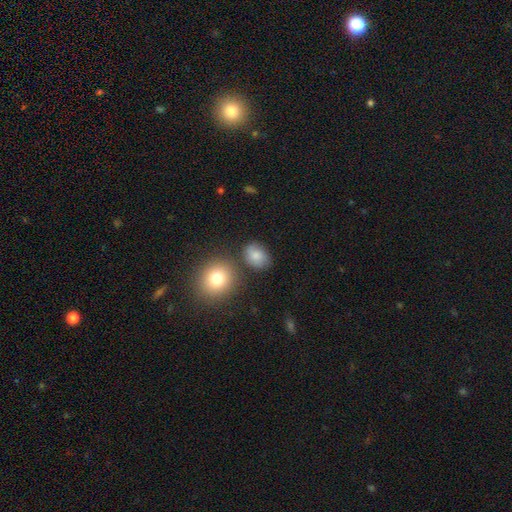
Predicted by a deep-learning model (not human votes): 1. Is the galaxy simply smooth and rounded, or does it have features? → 78% smooth, 12% featured or disk, 10% star or artifact.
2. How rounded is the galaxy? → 66% in between, 33% round, 1% cigar-shaped.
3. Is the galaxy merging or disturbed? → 69% none, 19% minor disturbance, 7% merger, 5% major disturbance.